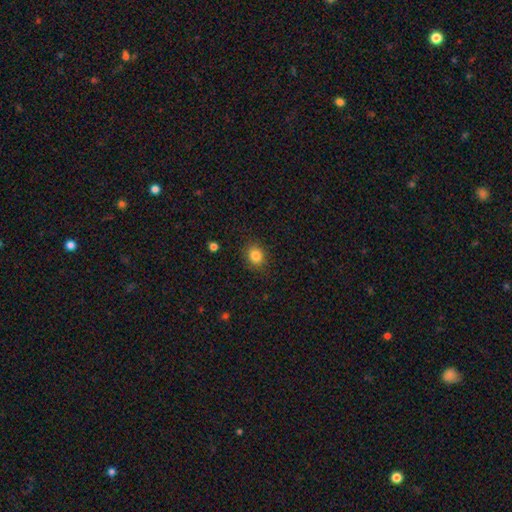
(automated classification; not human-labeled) Smooth or featured? smooth (84%)
How rounded? round (63%)
Merging? none (87%)